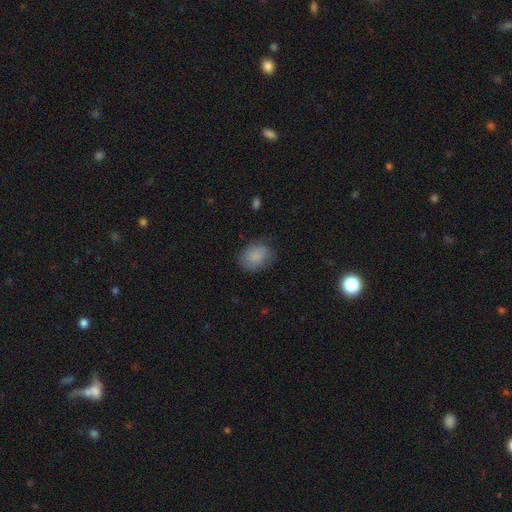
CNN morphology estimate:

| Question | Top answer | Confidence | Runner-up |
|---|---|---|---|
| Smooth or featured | smooth | 84% | featured or disk (9%) |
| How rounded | in between | 56% | round (43%) |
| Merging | none | 72% | minor disturbance (21%) |